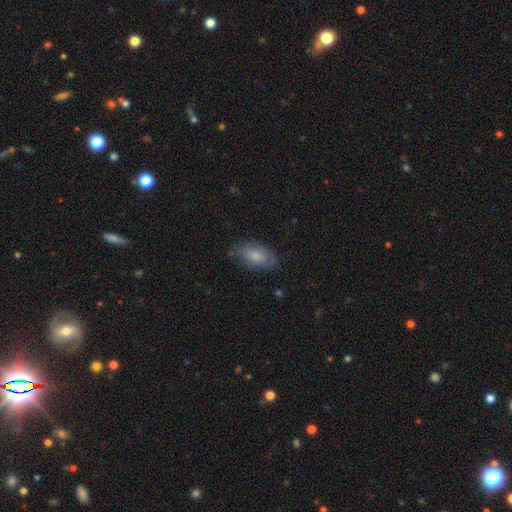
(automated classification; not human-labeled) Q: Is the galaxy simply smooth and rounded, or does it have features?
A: smooth — 63%.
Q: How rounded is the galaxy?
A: in between — 90%.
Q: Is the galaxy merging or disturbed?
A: none — 65%.